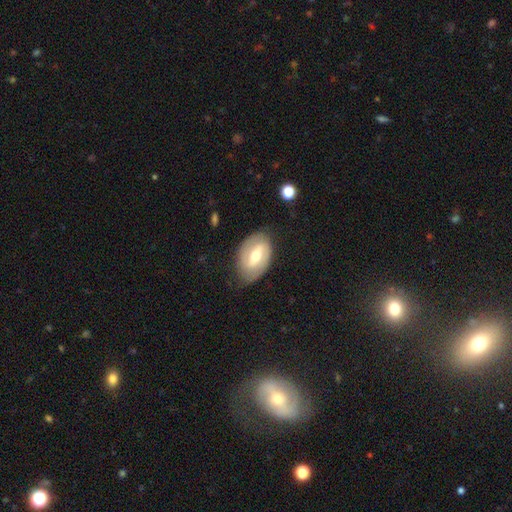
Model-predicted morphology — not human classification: Smooth or featured? featured or disk (67%)
Edge-on disk? no (94%)
Bar? strong (45%)
Spiral arms? yes (74%)
Bulge size? moderate (68%)
Merging? none (77%)